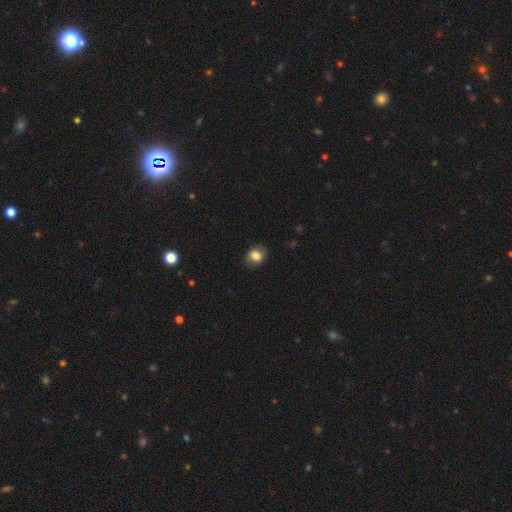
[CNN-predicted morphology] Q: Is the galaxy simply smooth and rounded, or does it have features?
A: smooth — 81%.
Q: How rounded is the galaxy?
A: in between — 50%.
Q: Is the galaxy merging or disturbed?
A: none — 81%.